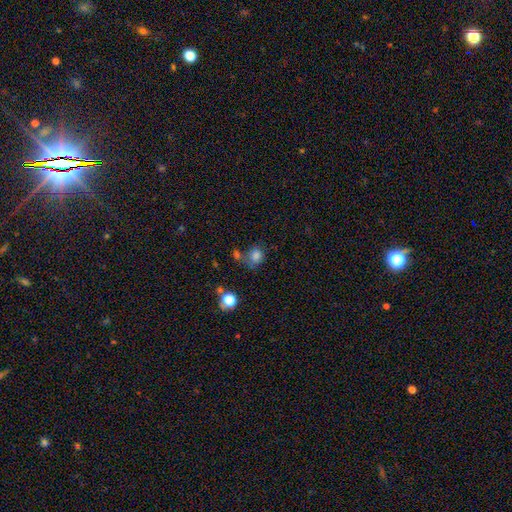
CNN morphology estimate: Smooth or featured?
  - smooth: 78% *
  - star or artifact: 14%
  - featured or disk: 8%
How rounded?
  - round: 71% *
  - in between: 28%
  - cigar-shaped: 1%
Merging?
  - none: 50% *
  - merger: 20%
  - minor disturbance: 20%
  - major disturbance: 11%